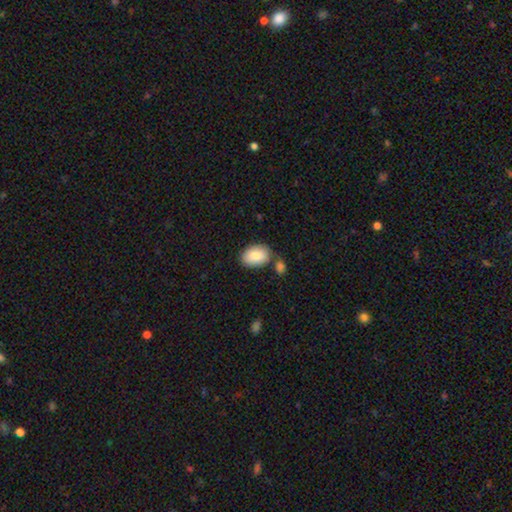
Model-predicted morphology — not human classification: This is clearly a smooth galaxy (84%). How rounded: clearly in between (87%). Merging: likely none (65%).